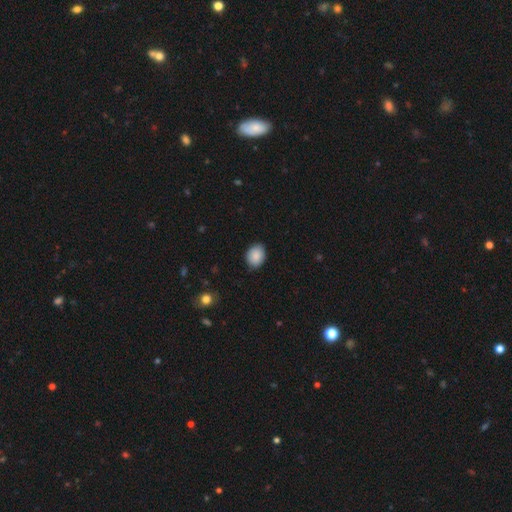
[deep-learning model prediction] Smooth or featured? smooth (88%)
How rounded? in between (55%)
Merging? none (83%)